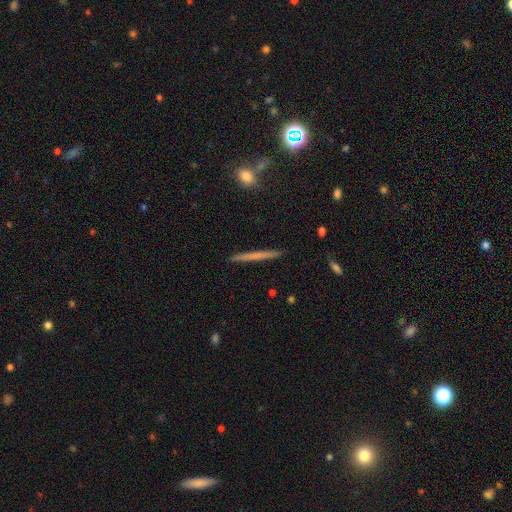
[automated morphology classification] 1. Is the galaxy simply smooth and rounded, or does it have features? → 52% smooth, 41% featured or disk, 6% star or artifact.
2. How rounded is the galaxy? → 96% cigar-shaped, 2% in between, 2% round.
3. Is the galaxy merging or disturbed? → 92% none, 6% minor disturbance, 1% merger, 1% major disturbance.